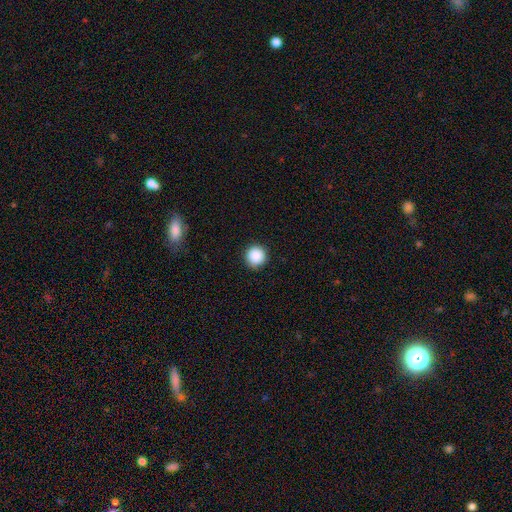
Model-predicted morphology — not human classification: The model was most divided on "smooth or featured": smooth: 88%, star or artifact: 9%, featured or disk: 3%. More confident: how rounded — round (96%); merging — none (92%).